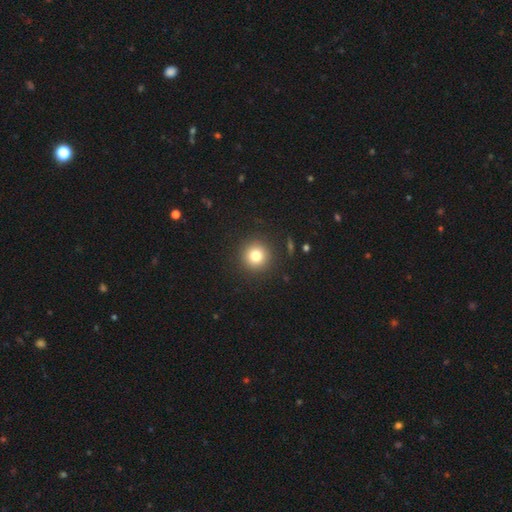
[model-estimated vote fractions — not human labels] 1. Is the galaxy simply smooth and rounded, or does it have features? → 79% smooth, 12% star or artifact, 9% featured or disk.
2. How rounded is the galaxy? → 95% round, 4% in between, 1% cigar-shaped.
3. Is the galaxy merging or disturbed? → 91% none, 5% minor disturbance, 2% major disturbance, 1% merger.